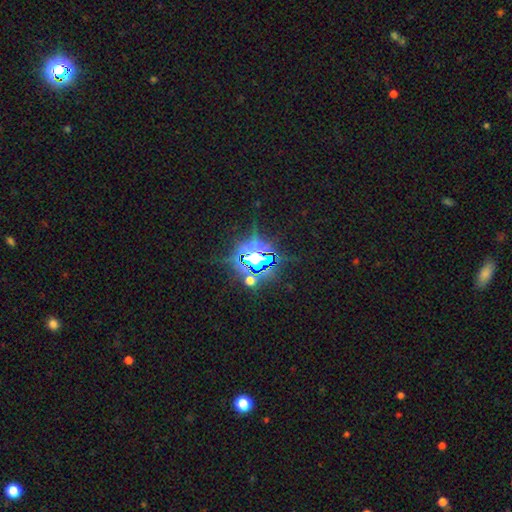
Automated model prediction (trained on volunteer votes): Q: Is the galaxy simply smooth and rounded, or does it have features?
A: star or artifact — 81%.